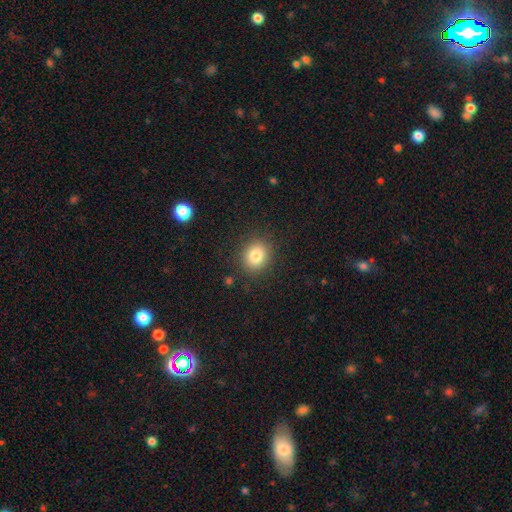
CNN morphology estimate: A smooth galaxy with no disk features (82%) that is round (69%).

Vote fractions:
- Smooth or featured? smooth: 82% / star or artifact: 11% / featured or disk: 7%
- How rounded? round: 69% / in between: 30% / cigar-shaped: 1%
- Merging? none: 87% / minor disturbance: 9% / major disturbance: 3% / merger: 1%